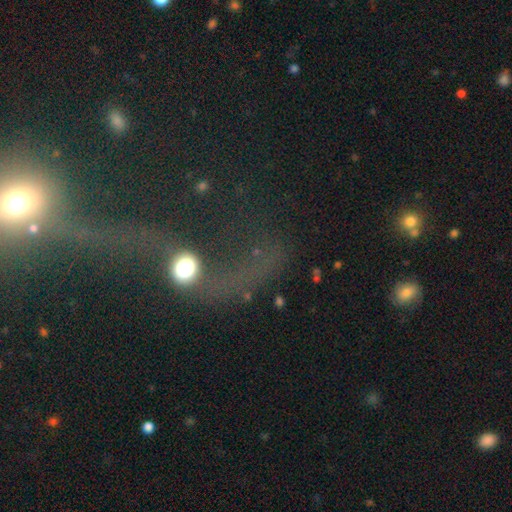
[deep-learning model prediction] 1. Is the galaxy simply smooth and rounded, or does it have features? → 43% featured or disk, 29% smooth, 28% star or artifact.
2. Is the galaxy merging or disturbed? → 36% major disturbance, 27% merger, 26% none, 10% minor disturbance.